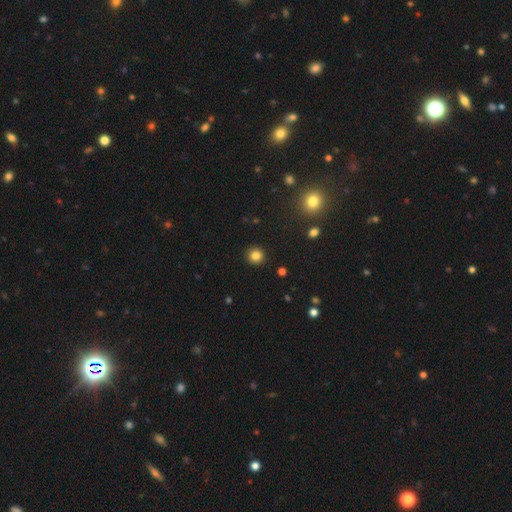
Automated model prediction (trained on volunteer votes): Smooth or featured: smooth — 83% (star or artifact — 12%)
How rounded: round — 93% (in between — 6%)
Merging: none — 92% (minor disturbance — 5%)